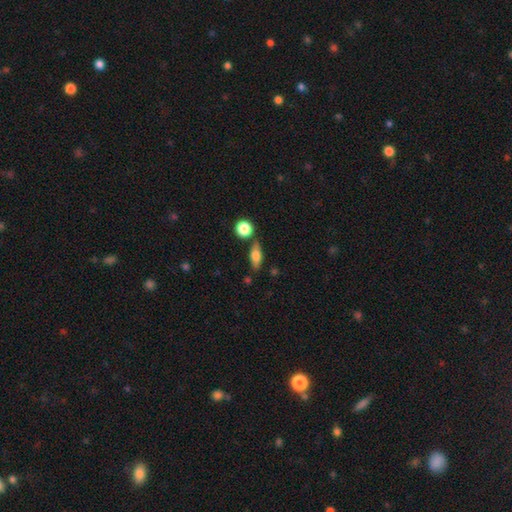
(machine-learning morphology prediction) A smooth galaxy with no disk features (61%) that is in between round and cigar-shaped (64%).

Vote fractions:
- Smooth or featured? smooth: 61% / featured or disk: 31% / star or artifact: 8%
- How rounded? in between: 64% / cigar-shaped: 27% / round: 9%
- Merging? none: 76% / minor disturbance: 13% / merger: 8% / major disturbance: 3%